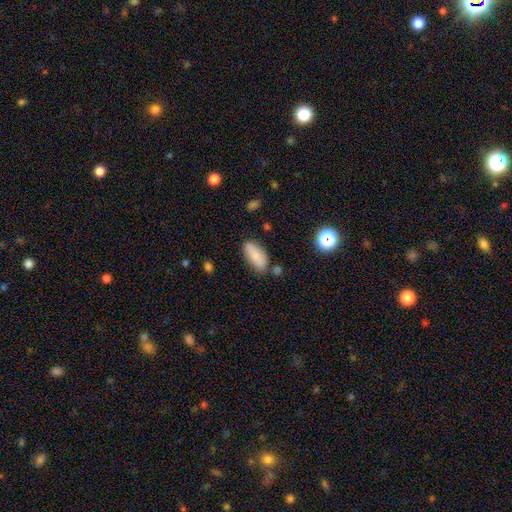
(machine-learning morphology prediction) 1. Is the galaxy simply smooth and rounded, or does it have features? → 81% smooth, 11% featured or disk, 8% star or artifact.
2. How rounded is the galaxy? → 86% in between, 11% cigar-shaped, 3% round.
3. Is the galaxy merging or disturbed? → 72% none, 18% minor disturbance, 6% merger, 4% major disturbance.